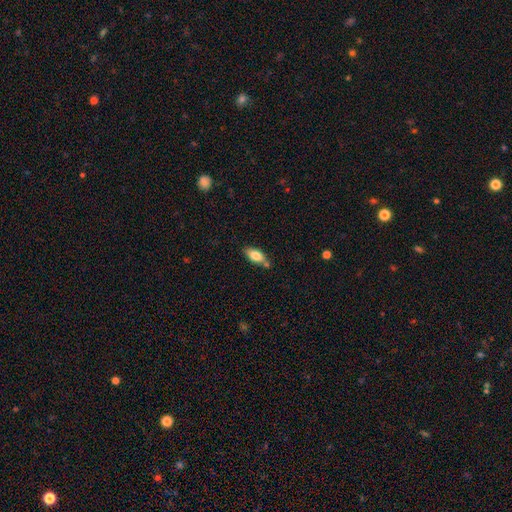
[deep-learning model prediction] smooth 78%, featured or disk 14%, star or artifact 7%. Down the decision tree: how rounded — in between (87%); merging — none (68%).